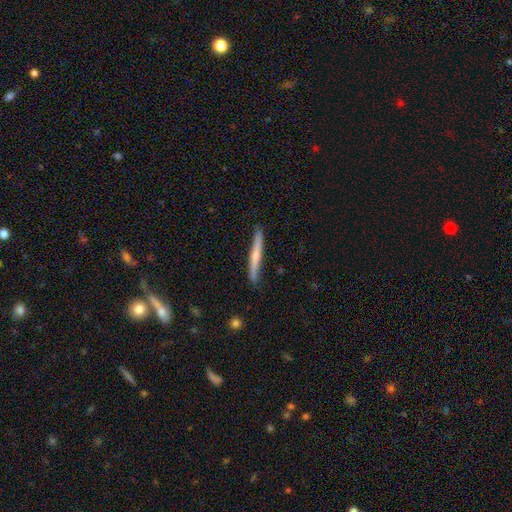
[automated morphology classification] This is possibly a featured or disk galaxy (48%). Merging: clearly none (86%).